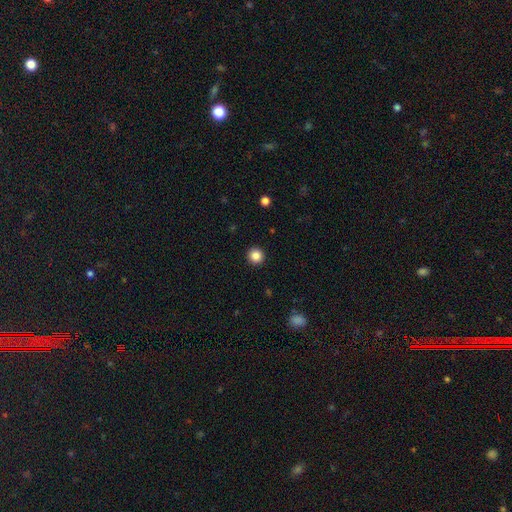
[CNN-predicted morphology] Smooth or featured? smooth (85%)
How rounded? round (95%)
Merging? none (93%)